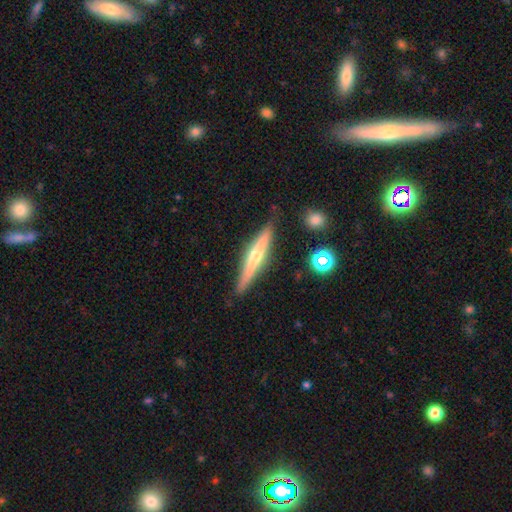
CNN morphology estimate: Smooth or featured: featured or disk — 57% (smooth — 37%)
Edge-on disk: yes — 96% (no — 4%)
Edge-on bulge: rounded — 64% (none — 26%)
Merging: none — 86% (minor disturbance — 10%)